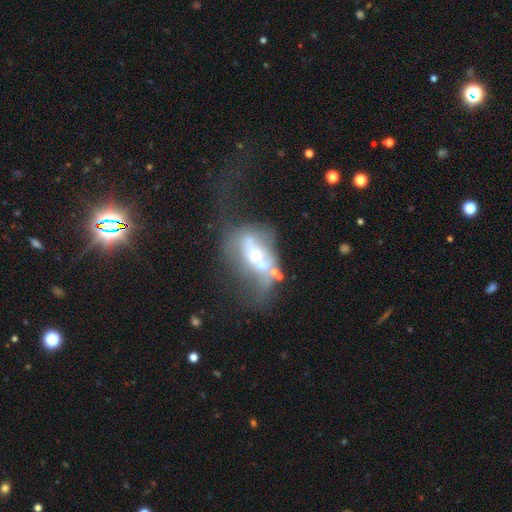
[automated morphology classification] A featured or disk galaxy (60%) with no bar (72%), no spiral arms (82%) and a moderate central bulge (57%).

Vote fractions:
- Smooth or featured? featured or disk: 60% / smooth: 28% / star or artifact: 12%
- Edge-on disk? no: 91% / yes: 9%
- Bar? no: 72% / weak: 17% / strong: 11%
- Spiral arms? no: 82% / yes: 18%
- Bulge size? moderate: 57% / small: 26% / large: 10% / none: 4% / dominant: 3%
- Merging? merger: 39% / major disturbance: 31% / none: 18% / minor disturbance: 13%